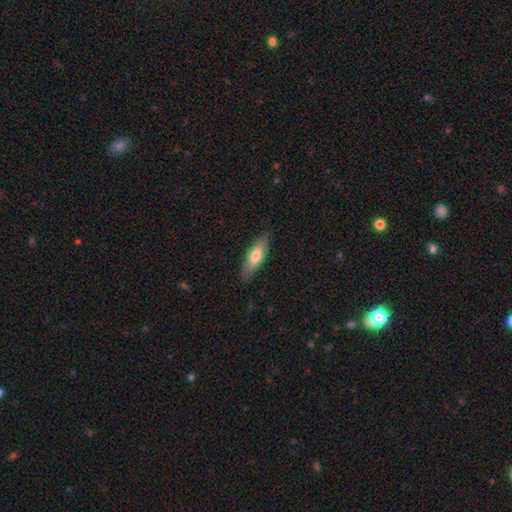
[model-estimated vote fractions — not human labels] Smooth or featured: smooth — 68% (featured or disk — 27%)
How rounded: in between — 61% (cigar-shaped — 37%)
Merging: none — 84% (minor disturbance — 13%)